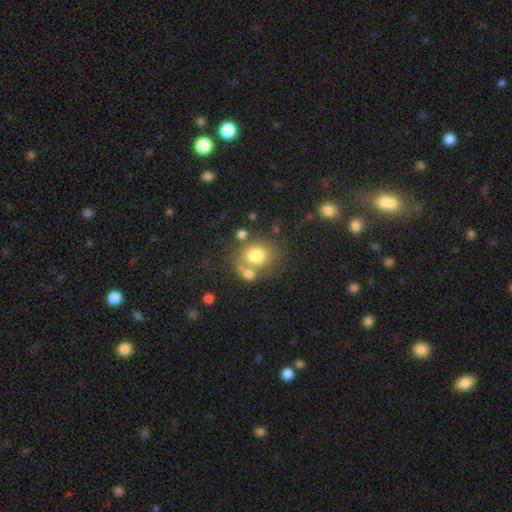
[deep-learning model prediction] A smooth galaxy with no disk features (74%) that is round (67%).

Vote fractions:
- Smooth or featured? smooth: 74% / featured or disk: 14% / star or artifact: 11%
- How rounded? round: 67% / in between: 32% / cigar-shaped: 1%
- Merging? none: 48% / merger: 32% / minor disturbance: 13% / major disturbance: 7%